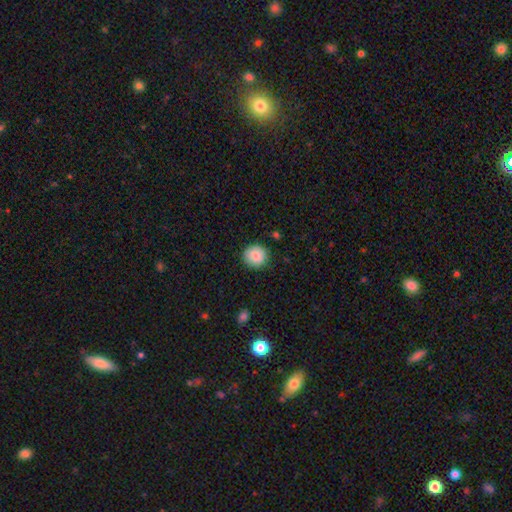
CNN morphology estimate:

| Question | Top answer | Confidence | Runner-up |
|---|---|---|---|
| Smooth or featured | smooth | 86% | star or artifact (8%) |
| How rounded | round | 92% | in between (7%) |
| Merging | none | 88% | minor disturbance (9%) |